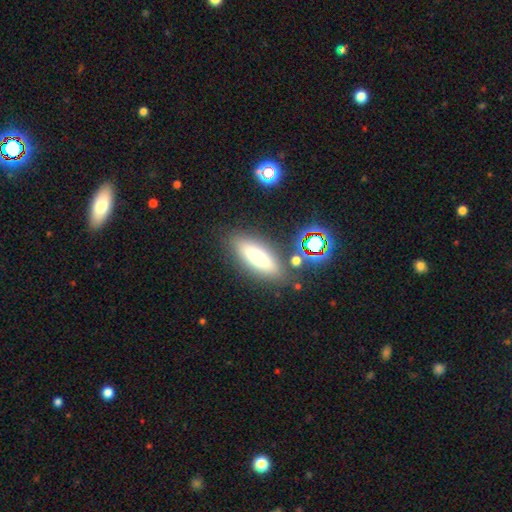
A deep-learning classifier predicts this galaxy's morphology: A smooth galaxy with no disk features (68%) that is in between round and cigar-shaped (56%).

Vote fractions:
- Smooth or featured? smooth: 68% / featured or disk: 20% / star or artifact: 12%
- How rounded? in between: 56% / cigar-shaped: 41% / round: 3%
- Merging? none: 81% / minor disturbance: 11% / merger: 4% / major disturbance: 3%